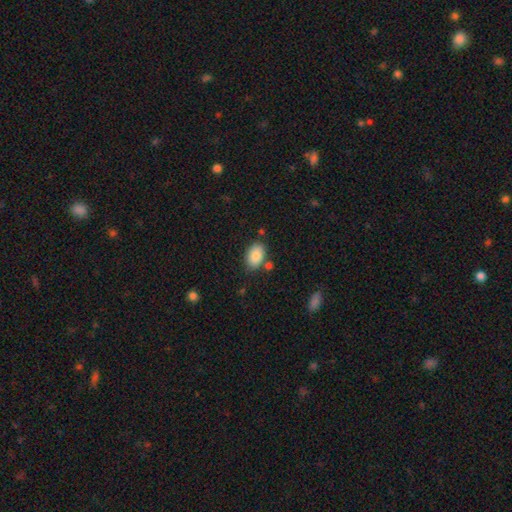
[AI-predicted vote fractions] Smooth or featured? smooth (87%)
How rounded? in between (89%)
Merging? none (76%)